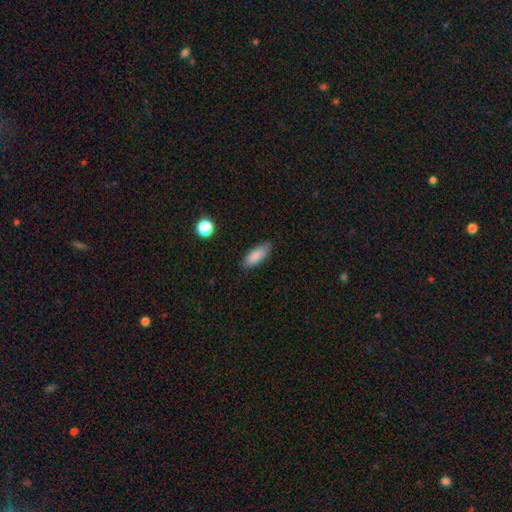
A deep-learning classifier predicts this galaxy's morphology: smooth 87%, star or artifact 7%, featured or disk 6%. Down the decision tree: how rounded — in between (75%); merging — none (82%).